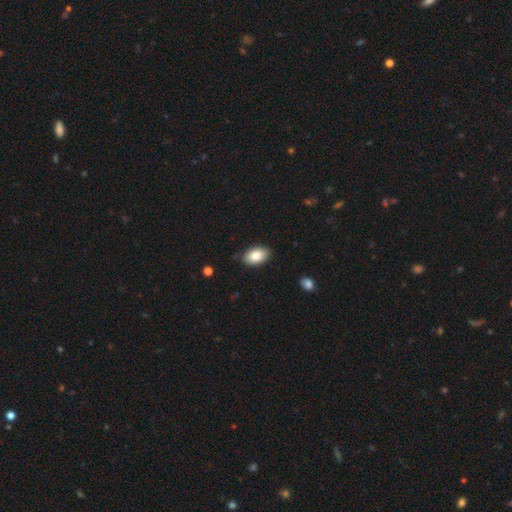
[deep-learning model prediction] Q: Smooth or featured?
A: smooth (85%); runner-up: featured or disk (8%)
Q: How rounded?
A: in between (92%); runner-up: round (6%)
Q: Merging?
A: none (85%); runner-up: minor disturbance (11%)